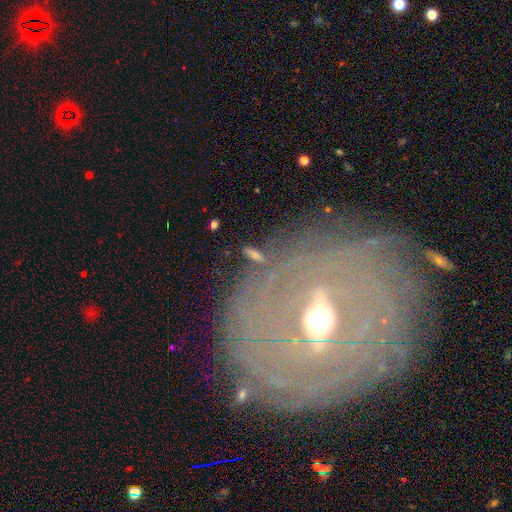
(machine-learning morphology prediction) Smooth or featured? featured or disk (62%)
Edge-on disk? no (68%)
Merging? none (73%)